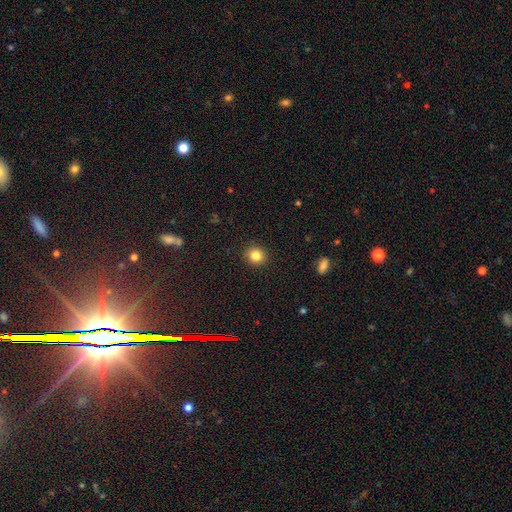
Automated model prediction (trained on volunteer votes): A smooth galaxy with no disk features (84%) that is round (89%). Merging: none (91%).